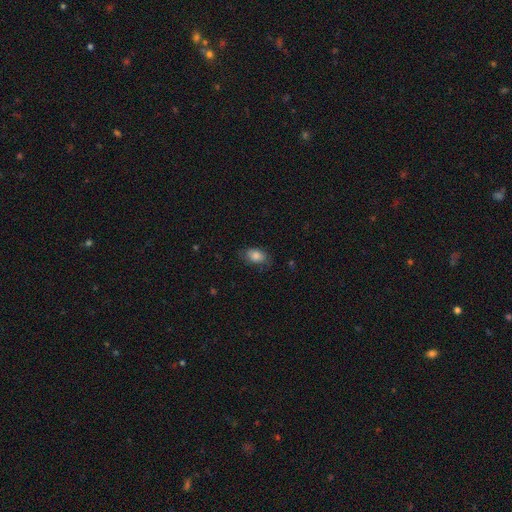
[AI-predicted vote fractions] smooth_or_featured: smooth (p=0.80) [alt: featured or disk p=0.11]
how_rounded: in between (p=0.87) [alt: round p=0.12]
merging: none (p=0.71) [alt: minor disturbance p=0.21]